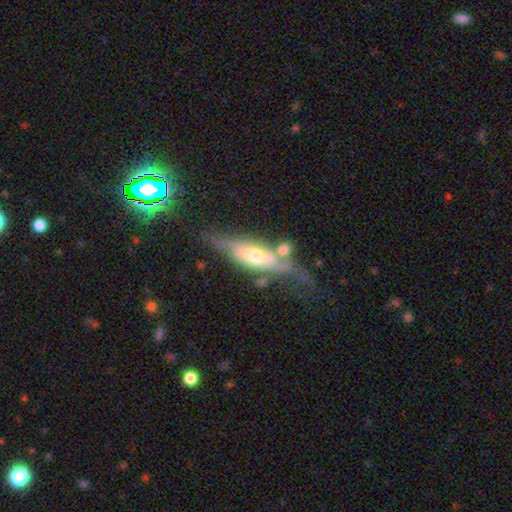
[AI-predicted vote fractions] Smooth or featured? featured or disk (70%)
Edge-on disk? yes (52%)
Merging? none (45%)